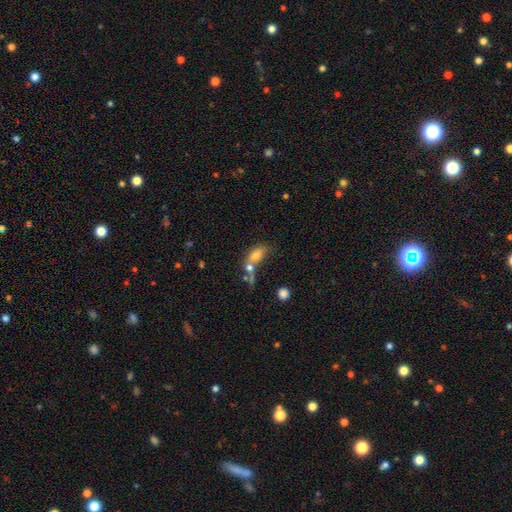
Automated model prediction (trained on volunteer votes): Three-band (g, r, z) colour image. It shows a smooth galaxy with no disk features (72%) that is in between round and cigar-shaped (81%). Merging: merger (47%).